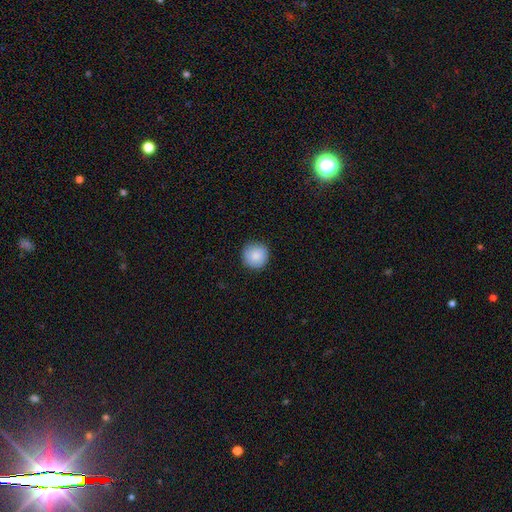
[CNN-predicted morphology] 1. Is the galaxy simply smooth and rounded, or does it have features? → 86% smooth, 8% star or artifact, 6% featured or disk.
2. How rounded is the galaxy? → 95% round, 4% in between, 1% cigar-shaped.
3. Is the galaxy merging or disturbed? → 90% none, 8% minor disturbance, 2% major disturbance, 1% merger.